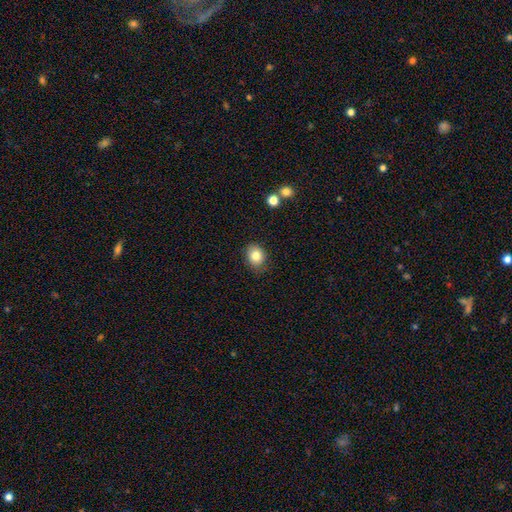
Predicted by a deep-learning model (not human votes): smooth 82%, star or artifact 10%, featured or disk 8%. Down the decision tree: how rounded — round (56%); merging — none (81%).